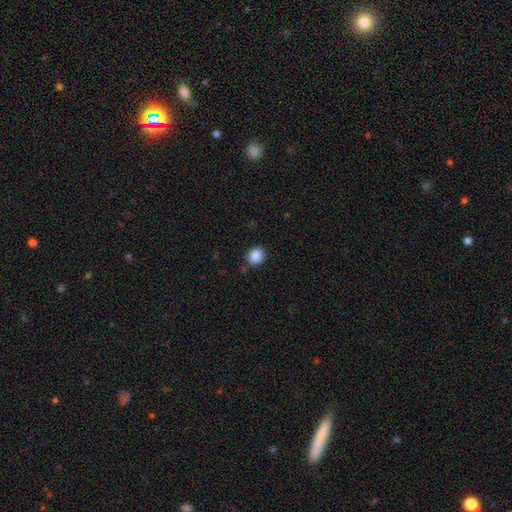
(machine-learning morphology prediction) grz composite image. It shows a smooth galaxy with no disk features (88%) that is round (71%). Merging: none (82%).